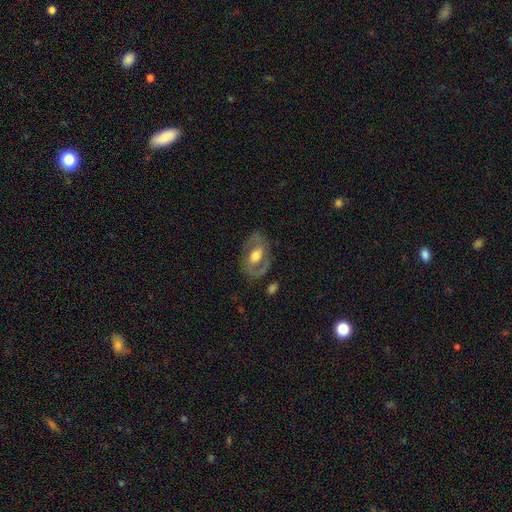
This is likely a featured or disk galaxy (75%). It is clearly not viewed edge-on (85%). Bar: possibly weak (52%). Spiral arm pattern: clearly yes (87%). Spiral arm count: clearly 2 (80%). Spiral winding: possibly medium (55%). Central bulge: possibly moderate (57%). Merging: likely none (63%).